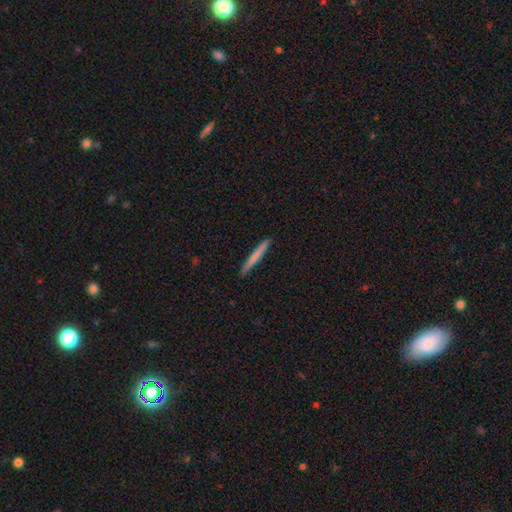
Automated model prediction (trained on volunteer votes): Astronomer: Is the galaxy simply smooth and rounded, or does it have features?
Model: smooth — 68%.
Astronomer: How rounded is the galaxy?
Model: cigar-shaped — 97%.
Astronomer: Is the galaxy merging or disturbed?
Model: none — 93%.